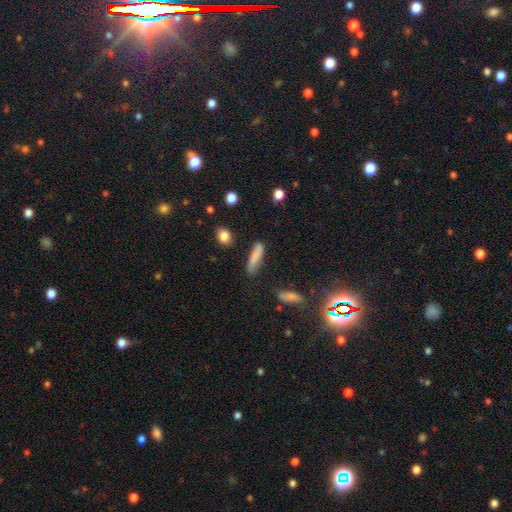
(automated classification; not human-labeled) Smooth or featured? Predicted: smooth (p=0.80). How rounded? Predicted: cigar-shaped (p=0.78). Merging? Predicted: none (p=0.75).